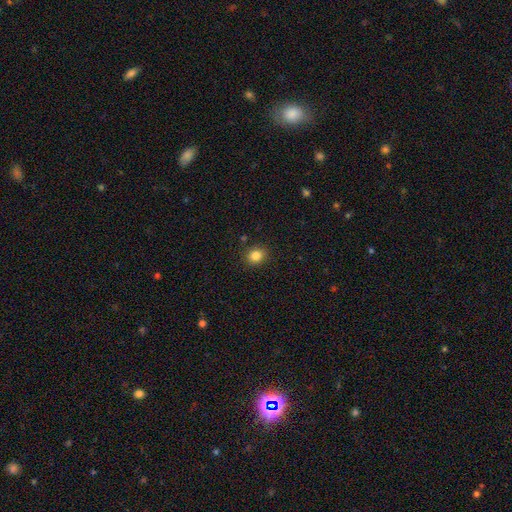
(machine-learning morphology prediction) type=smooth (83%); roundness=round (70%); merging=none (87%).